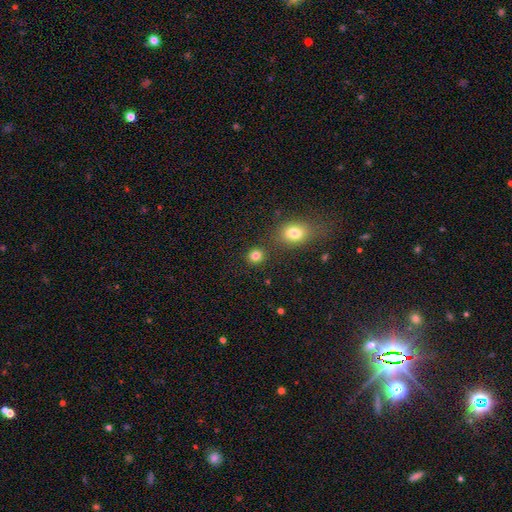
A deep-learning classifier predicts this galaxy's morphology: This is clearly a smooth galaxy (82%). How rounded: clearly round (83%). Merging: clearly none (82%).